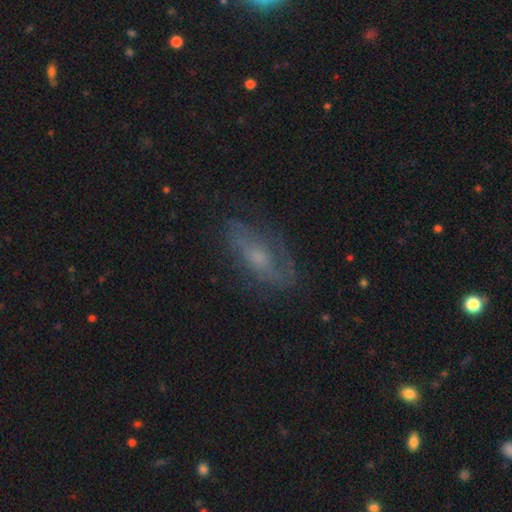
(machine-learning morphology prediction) The model was most divided on "bulge size": small: 42%, moderate: 41%, none: 9%, large: 6%, dominant: 2%. More confident: edge-on disk — no (84%); spiral arms — yes (72%); merging — none (69%); bar — no (61%); smooth or featured — featured or disk (60%).